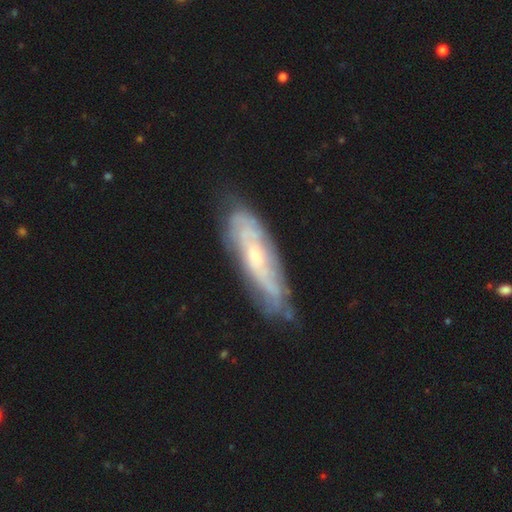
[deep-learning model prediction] The model was most divided on "edge-on disk": no: 69%, yes: 31%. More confident: merging — none (68%); smooth or featured — featured or disk (68%).